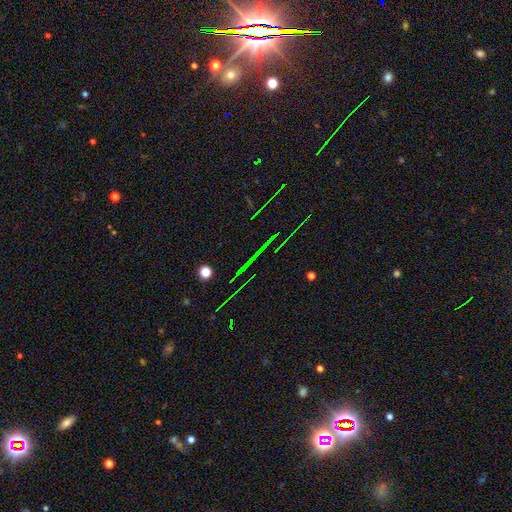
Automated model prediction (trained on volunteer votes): A star or artifact, not a galaxy (77%).